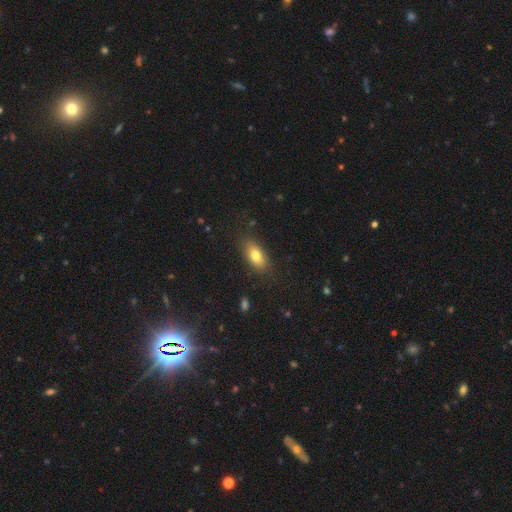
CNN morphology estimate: Q: Smooth or featured?
A: smooth (78%); runner-up: featured or disk (14%)
Q: How rounded?
A: in between (85%); runner-up: cigar-shaped (9%)
Q: Merging?
A: none (82%); runner-up: minor disturbance (13%)